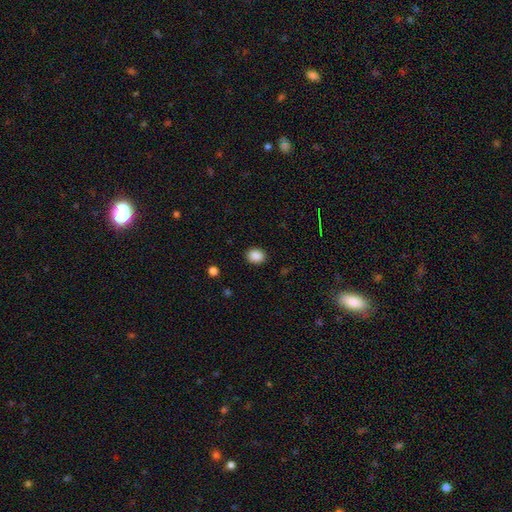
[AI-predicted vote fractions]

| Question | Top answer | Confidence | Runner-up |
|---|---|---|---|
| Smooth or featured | smooth | 88% | star or artifact (9%) |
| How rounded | round | 53% | in between (46%) |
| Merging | none | 89% | minor disturbance (7%) |